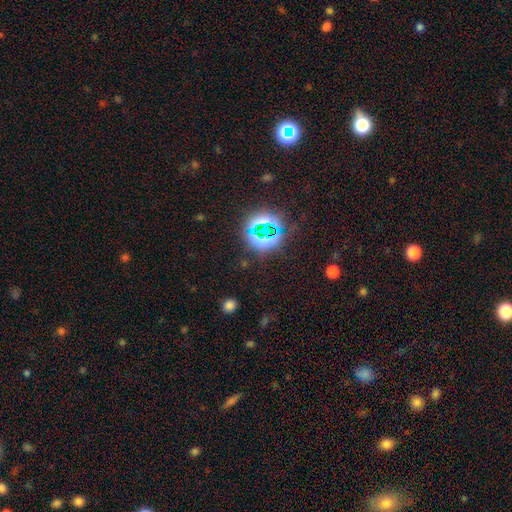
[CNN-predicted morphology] Smooth or featured: star or artifact — 74% (smooth — 17%)